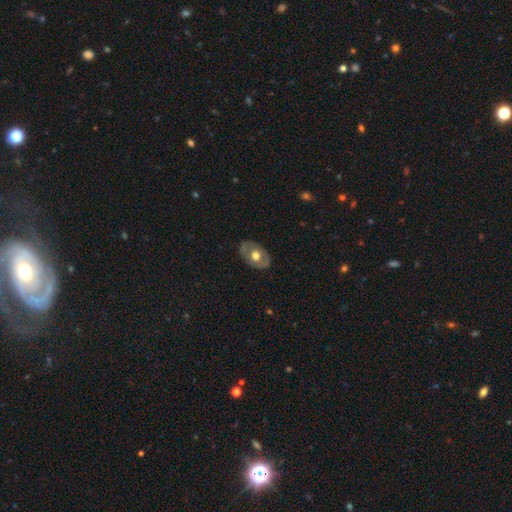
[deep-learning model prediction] A featured or disk galaxy (49%). Merging: none (78%).